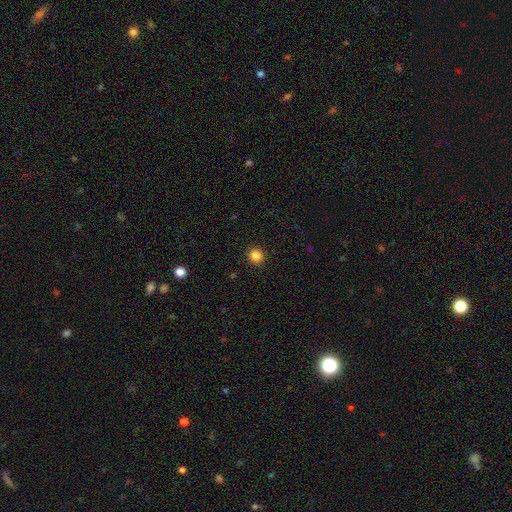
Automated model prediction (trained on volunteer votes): smooth_or_featured: smooth (p=0.85) [alt: star or artifact p=0.11]
how_rounded: round (p=0.92) [alt: in between p=0.07]
merging: none (p=0.93) [alt: minor disturbance p=0.05]